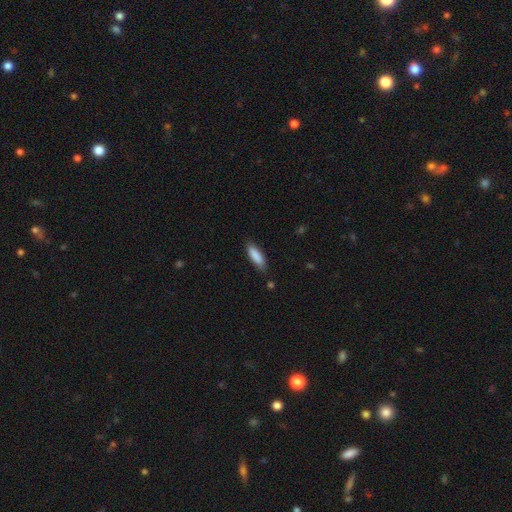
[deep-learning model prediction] Smooth or featured: smooth — 88% (featured or disk — 6%)
How rounded: cigar-shaped — 53% (in between — 45%)
Merging: none — 83% (minor disturbance — 13%)